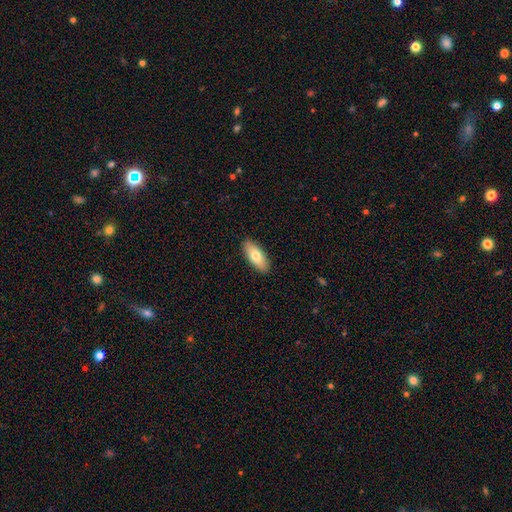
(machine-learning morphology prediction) This appears to be a smooth galaxy with no disk features (75%) that is in between round and cigar-shaped (81%). Merging: none (90%).